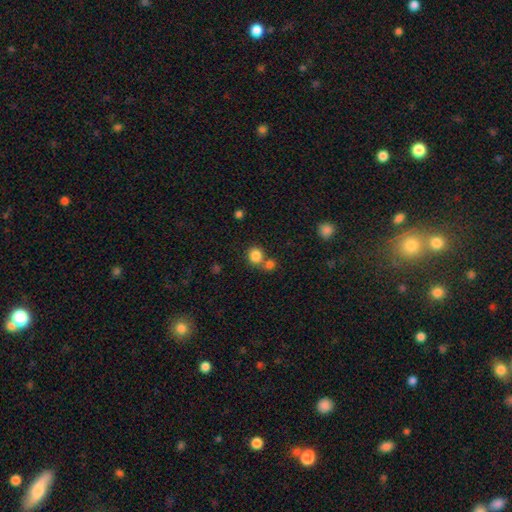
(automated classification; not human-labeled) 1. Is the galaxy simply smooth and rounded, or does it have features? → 83% smooth, 11% star or artifact, 6% featured or disk.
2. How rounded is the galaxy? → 82% round, 17% in between, 1% cigar-shaped.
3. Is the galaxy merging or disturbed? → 57% none, 32% merger, 8% minor disturbance, 3% major disturbance.